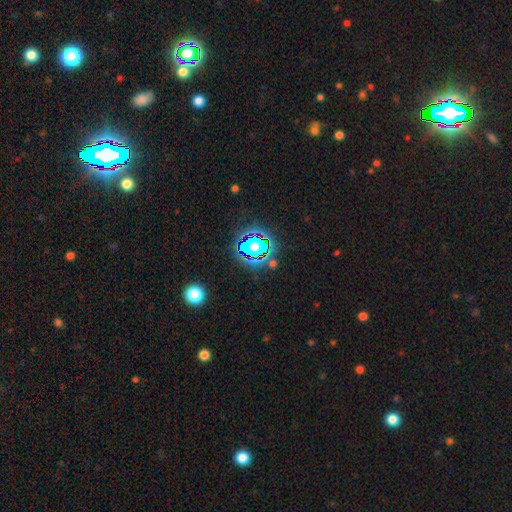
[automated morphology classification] A star or artifact, not a galaxy (80%).